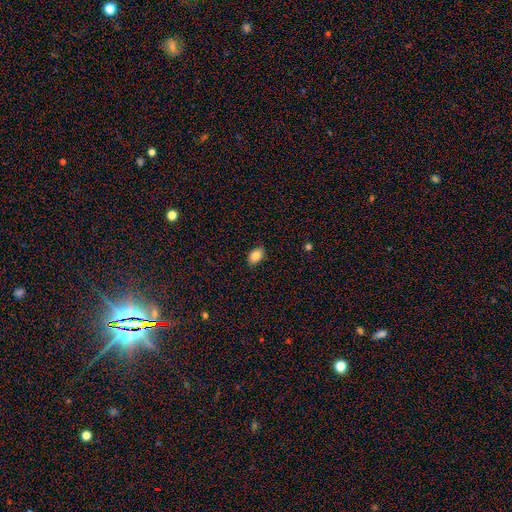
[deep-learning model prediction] The model was most divided on "smooth or featured": smooth: 84%, star or artifact: 8%, featured or disk: 8%. More confident: how rounded — in between (89%); merging — none (87%).